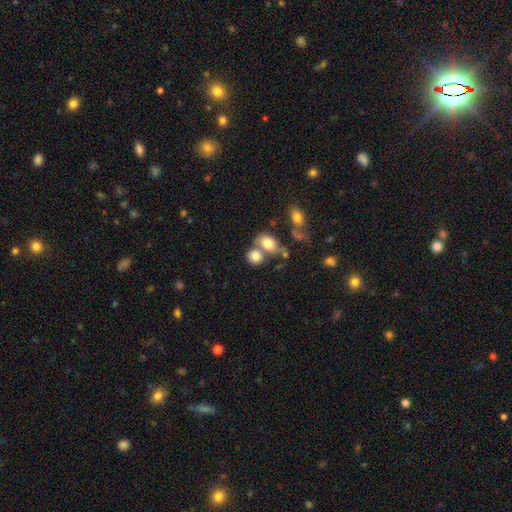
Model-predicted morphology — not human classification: This is likely a smooth galaxy (80%). How rounded: possibly round (52%). Merging: possibly merger (46%).